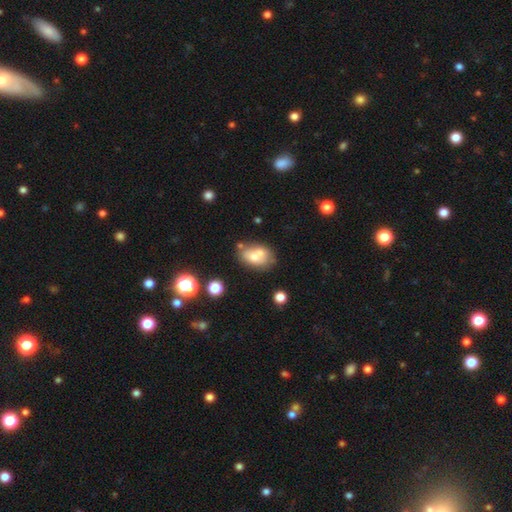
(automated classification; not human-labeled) Overall: smooth (63%; featured or disk 26%). How rounded: in between (78%). Merging: merger (39%; none 37%).